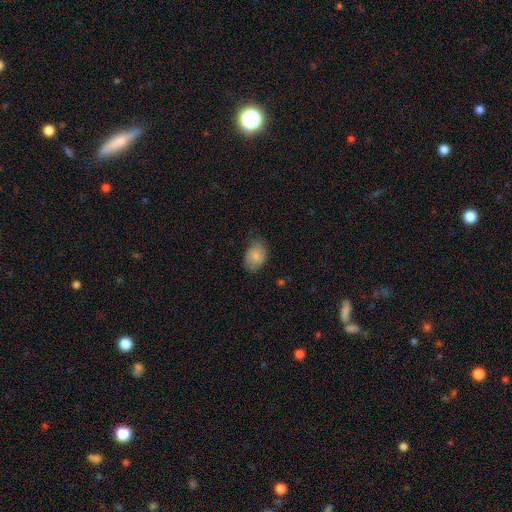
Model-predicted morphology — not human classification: Smooth or featured? Predicted: smooth (p=0.81). How rounded? Predicted: in between (p=0.79). Merging? Predicted: none (p=0.67).